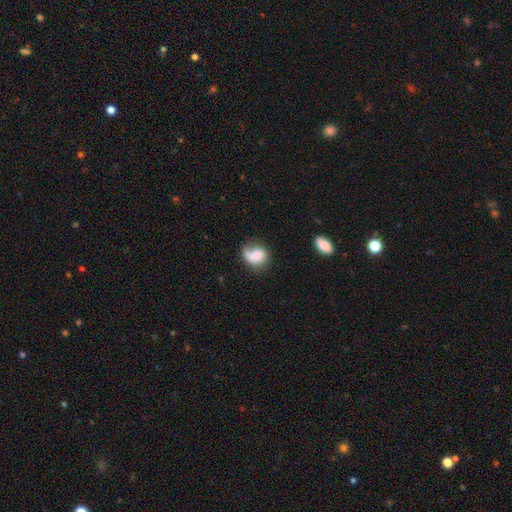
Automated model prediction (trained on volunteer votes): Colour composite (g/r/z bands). It shows a smooth galaxy with no disk features (60%) that is round (52%). Merging: none (48%).